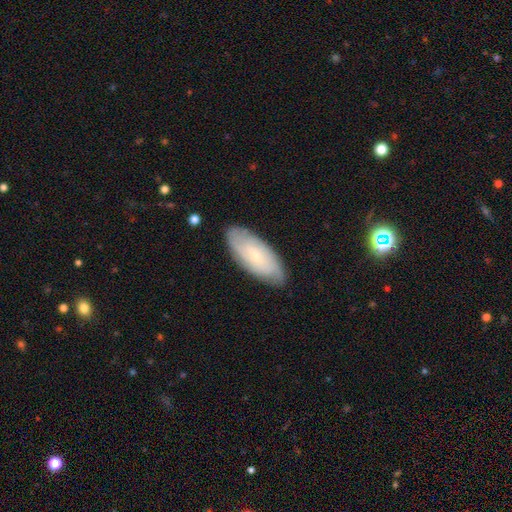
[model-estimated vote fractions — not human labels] Morphology: type=featured or disk (48%); merging=none (82%).